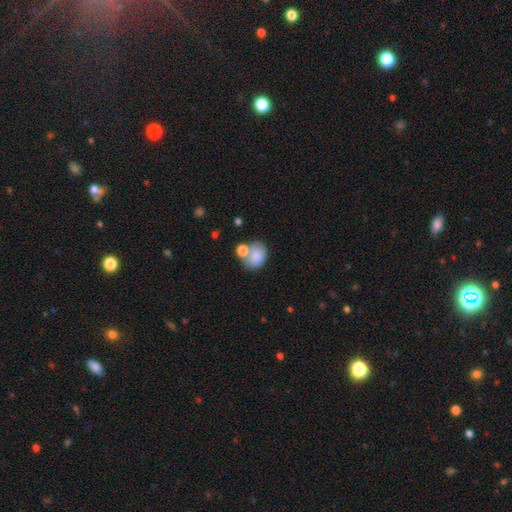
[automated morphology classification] Q: Smooth or featured?
A: smooth (78%); runner-up: featured or disk (13%)
Q: How rounded?
A: in between (54%); runner-up: round (45%)
Q: Merging?
A: none (41%); runner-up: merger (34%)